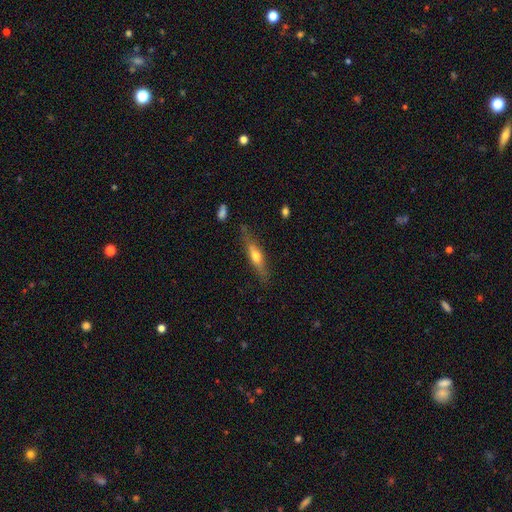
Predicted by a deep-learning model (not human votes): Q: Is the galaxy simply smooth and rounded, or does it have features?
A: featured or disk — 47%.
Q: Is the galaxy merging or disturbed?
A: none — 75%.